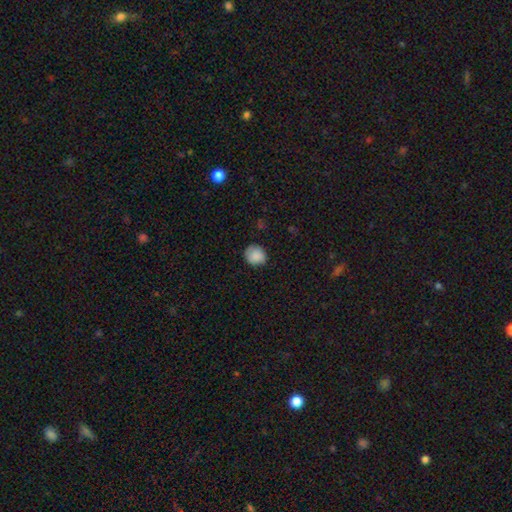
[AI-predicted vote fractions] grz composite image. It shows a smooth galaxy with no disk features (87%) that is round (84%). Merging: none (79%).